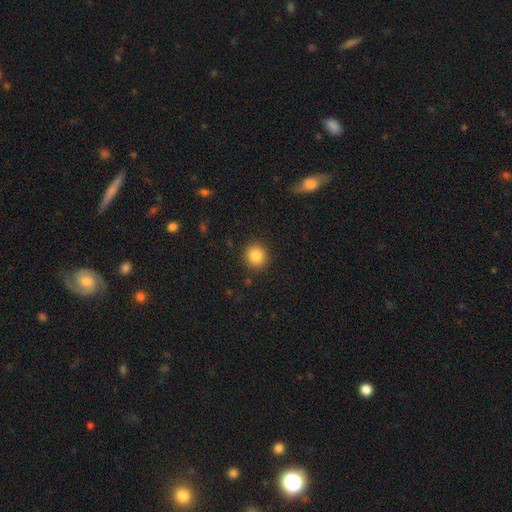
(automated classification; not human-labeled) Morphology: type=smooth (85%); roundness=round (90%); merging=none (90%).